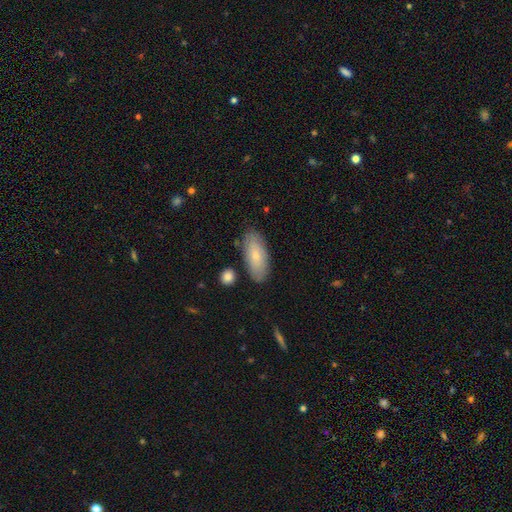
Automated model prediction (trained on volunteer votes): smooth_or_featured: smooth (p=0.74) [alt: featured or disk p=0.21]
how_rounded: in between (p=0.83) [alt: cigar-shaped p=0.15]
merging: none (p=0.82) [alt: minor disturbance p=0.12]